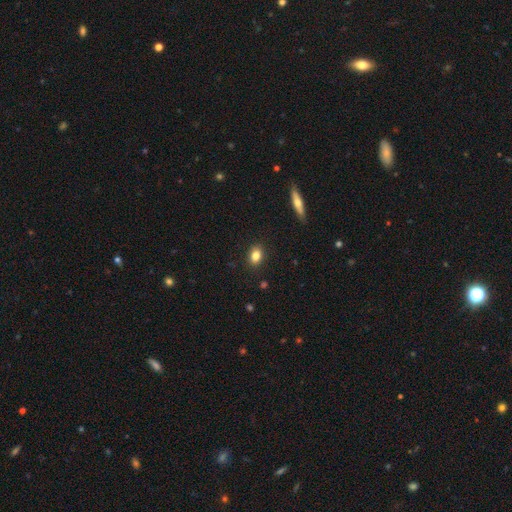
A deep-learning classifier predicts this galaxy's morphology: A smooth galaxy with no disk features (81%) that is in between round and cigar-shaped (67%). Merging: none (89%).